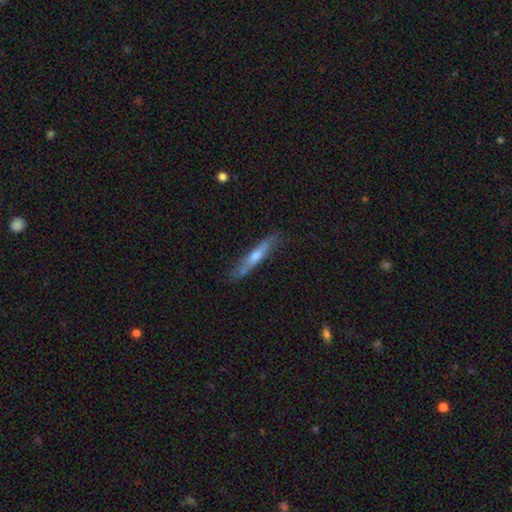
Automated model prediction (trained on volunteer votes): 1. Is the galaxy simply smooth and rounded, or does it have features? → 59% featured or disk, 34% smooth, 8% star or artifact.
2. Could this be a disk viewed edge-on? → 88% yes, 12% no.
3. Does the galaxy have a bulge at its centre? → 75% rounded, 19% none, 6% boxy.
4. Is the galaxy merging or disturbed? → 84% none, 13% minor disturbance, 2% major disturbance, 1% merger.